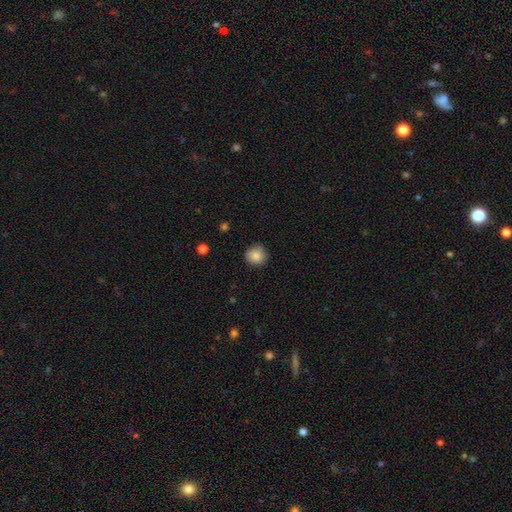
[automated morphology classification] Smooth or featured? smooth (86%)
How rounded? round (91%)
Merging? none (87%)